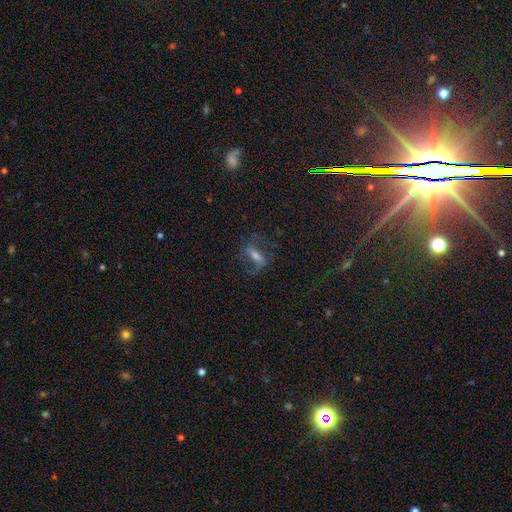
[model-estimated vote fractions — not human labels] Smooth or featured? featured or disk (53%)
Edge-on disk? no (81%)
Merging? none (66%)